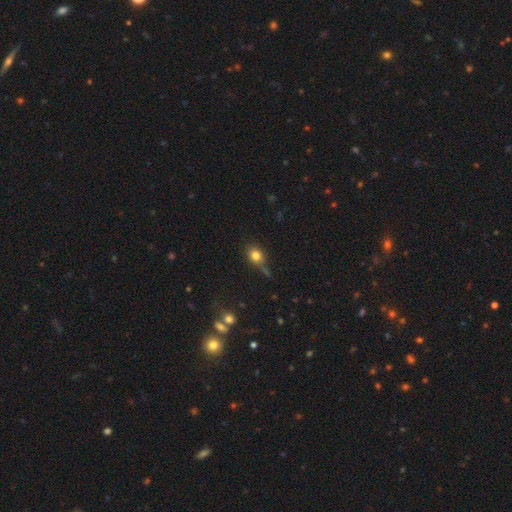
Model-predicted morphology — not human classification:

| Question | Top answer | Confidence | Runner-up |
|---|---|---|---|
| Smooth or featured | smooth | 79% | star or artifact (12%) |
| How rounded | round | 52% | in between (45%) |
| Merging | none | 58% | minor disturbance (23%) |